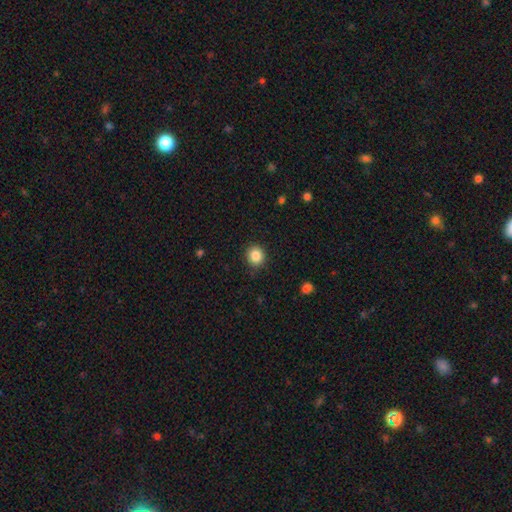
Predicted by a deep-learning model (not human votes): This appears to be a smooth galaxy with no disk features (85%) that is round (86%). Merging: none (89%).